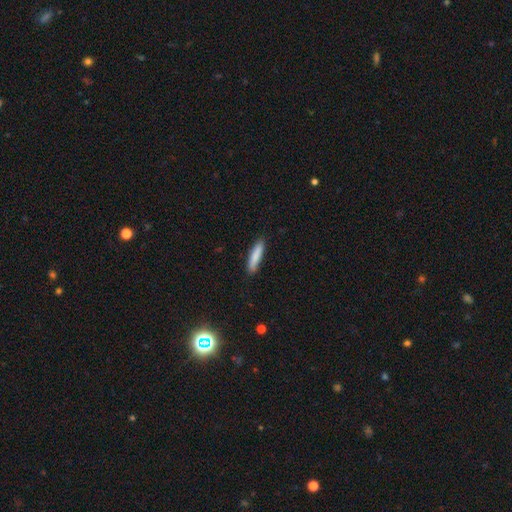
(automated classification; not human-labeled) smooth 85%, featured or disk 10%, star or artifact 6%. Down the decision tree: how rounded — cigar-shaped (83%); merging — none (87%).